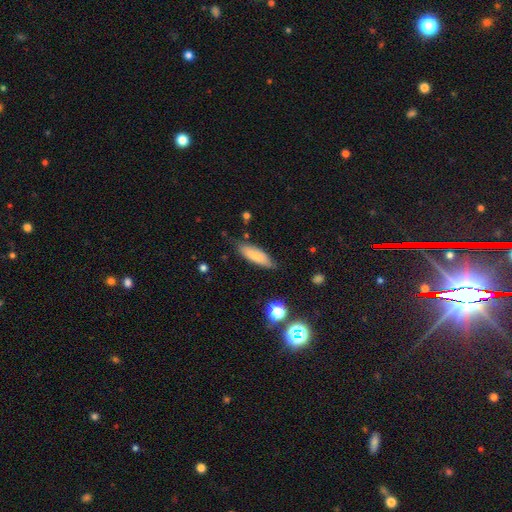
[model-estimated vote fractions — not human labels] Smooth or featured? Predicted: smooth (p=0.75). How rounded? Predicted: in between (p=0.50). Merging? Predicted: none (p=0.80).